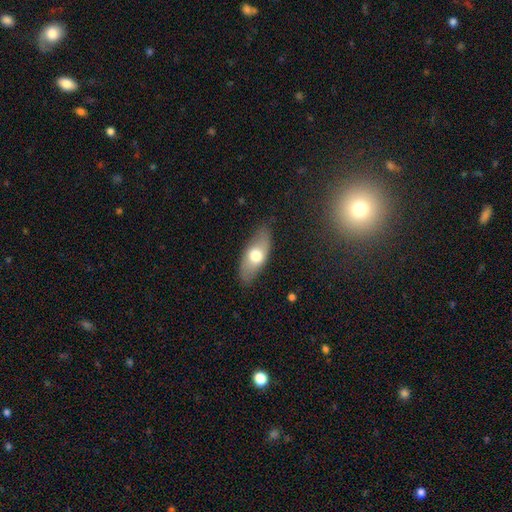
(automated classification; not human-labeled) This appears to be a smooth galaxy with no disk features (63%) that is in between round and cigar-shaped (82%). Merging: none (80%).